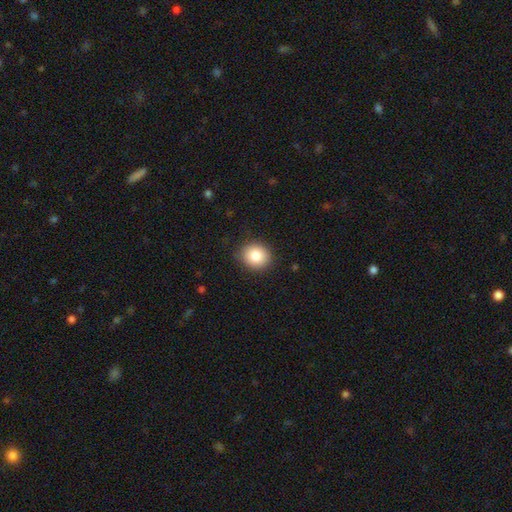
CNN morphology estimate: smooth_or_featured: smooth (p=0.84) [alt: star or artifact p=0.09]
how_rounded: round (p=0.81) [alt: in between p=0.18]
merging: none (p=0.89) [alt: minor disturbance p=0.08]